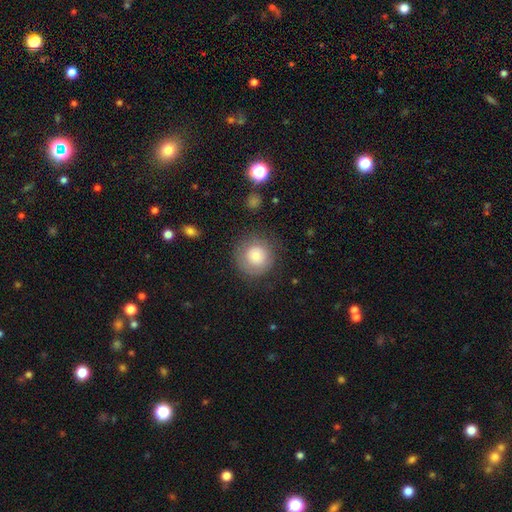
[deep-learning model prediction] This is likely a smooth galaxy (69%). How rounded: clearly round (93%). Merging: likely none (79%).